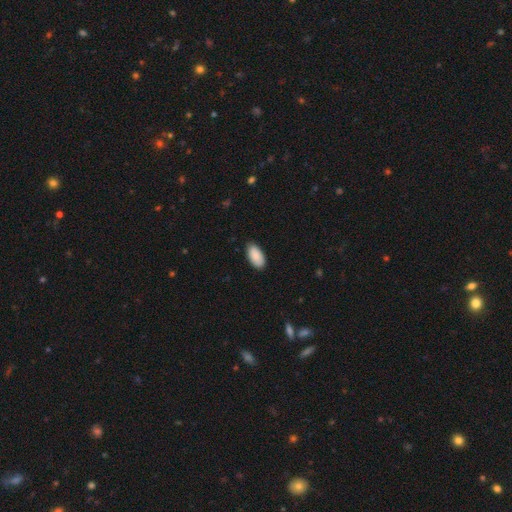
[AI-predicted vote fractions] Smooth or featured? Predicted: smooth (p=0.91). How rounded? Predicted: in between (p=0.95). Merging? Predicted: none (p=0.86).